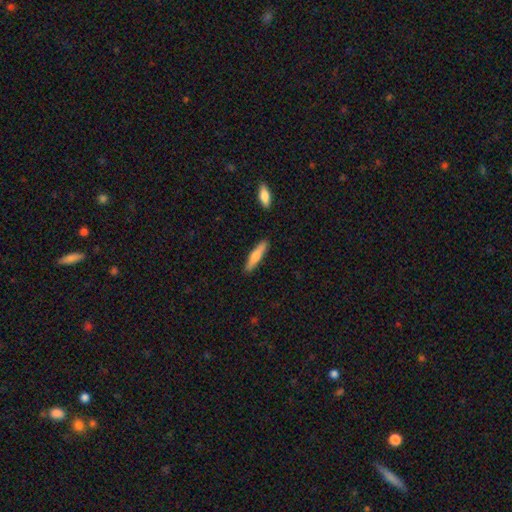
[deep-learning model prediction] The model was most divided on "smooth or featured": smooth: 71%, featured or disk: 24%, star or artifact: 5%. More confident: merging — none (88%); how rounded — cigar-shaped (85%).